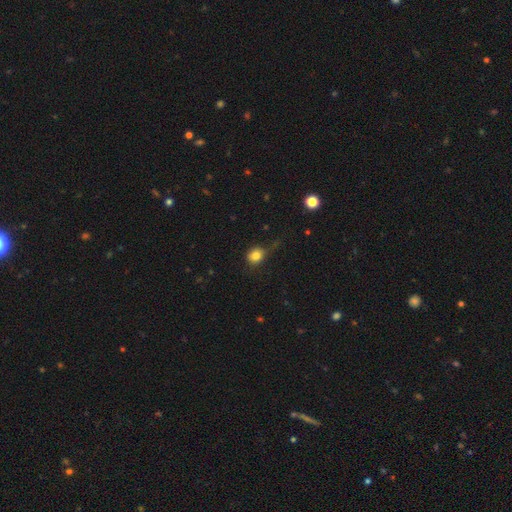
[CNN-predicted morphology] A smooth galaxy with no disk features (82%) that is round (68%). Merging: none (58%).